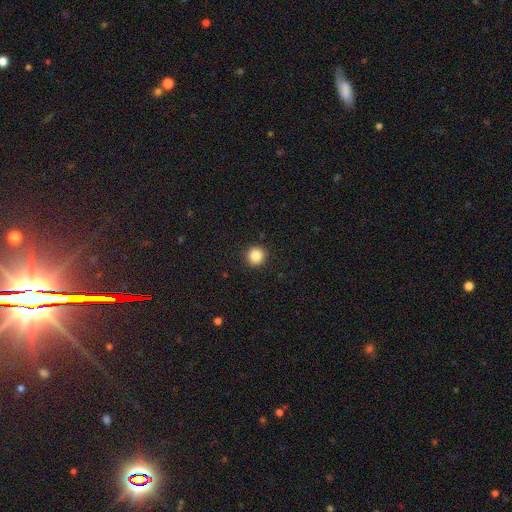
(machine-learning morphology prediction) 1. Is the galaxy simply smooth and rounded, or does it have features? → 85% smooth, 10% star or artifact, 4% featured or disk.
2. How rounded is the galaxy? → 95% round, 4% in between, 1% cigar-shaped.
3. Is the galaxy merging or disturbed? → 93% none, 5% minor disturbance, 2% major disturbance, 1% merger.